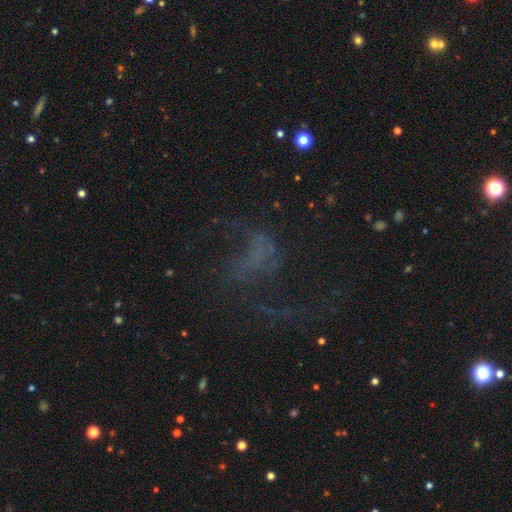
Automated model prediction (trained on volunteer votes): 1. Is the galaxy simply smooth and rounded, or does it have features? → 49% featured or disk, 30% star or artifact, 22% smooth.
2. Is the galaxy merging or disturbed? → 43% none, 40% major disturbance, 13% minor disturbance, 4% merger.